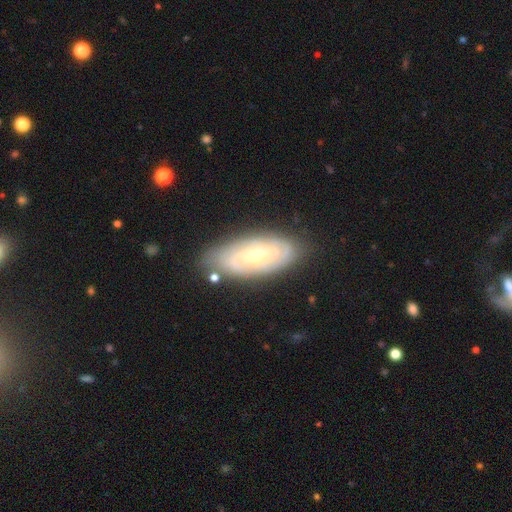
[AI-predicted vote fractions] Morphology: type=featured or disk (69%); edge-on=no (91%); bar=no (70%); spiral arms=yes (84%); winding=tight (73%); arm count=can't tell (54%); bulge=small (69%); merging=none (79%).